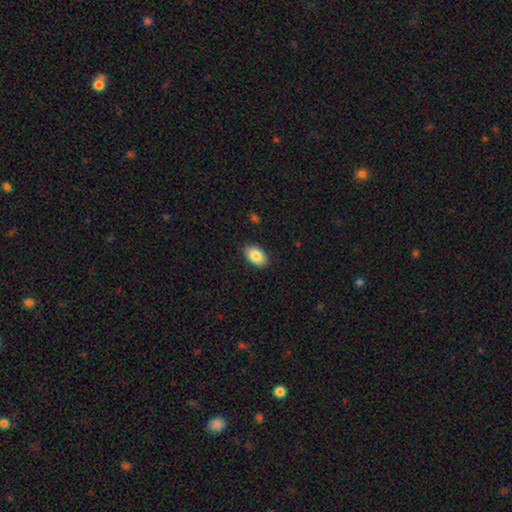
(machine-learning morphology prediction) smooth 87%, star or artifact 7%, featured or disk 7%. Down the decision tree: how rounded — in between (92%); merging — none (87%).